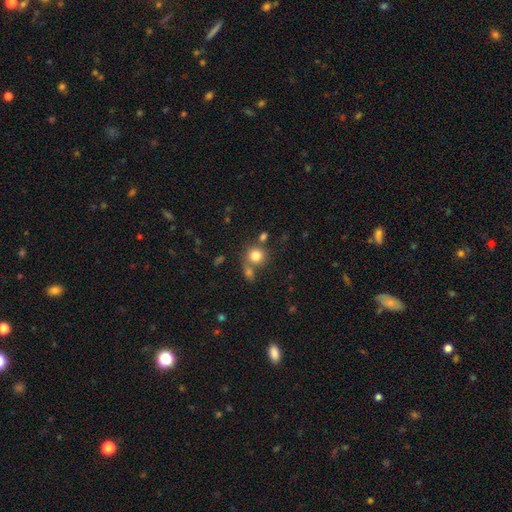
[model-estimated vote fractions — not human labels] Morphology: type=smooth (80%); roundness=round (87%); merging=none (58%).